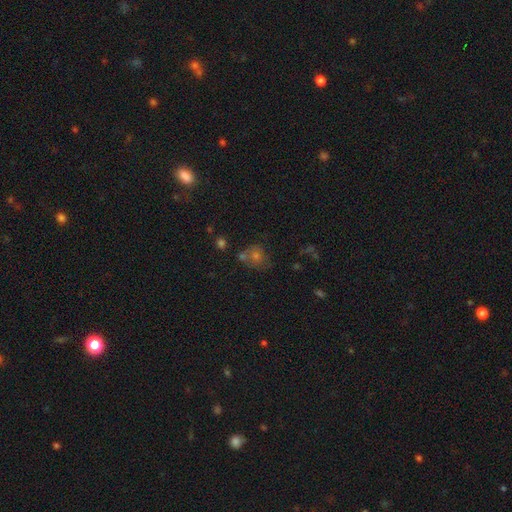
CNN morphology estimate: smooth 57%, star or artifact 26%, featured or disk 17%. Down the decision tree: how rounded — round (78%); merging — none (55%).